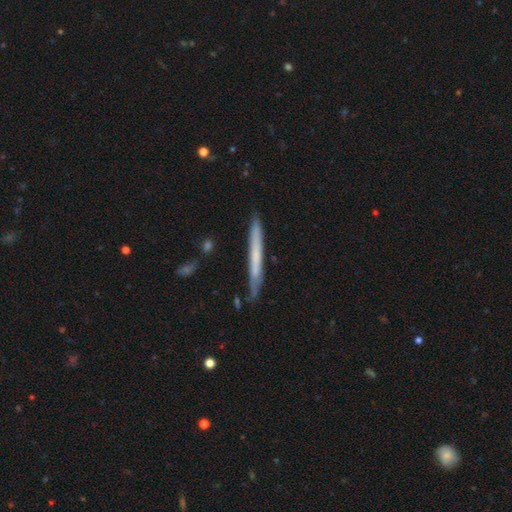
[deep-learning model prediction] A smooth galaxy with no disk features (52%) that is cigar-shaped (97%).

Vote fractions:
- Smooth or featured? smooth: 52% / featured or disk: 42% / star or artifact: 6%
- How rounded? cigar-shaped: 97% / in between: 2% / round: 1%
- Merging? none: 82% / minor disturbance: 14% / major disturbance: 2% / merger: 2%